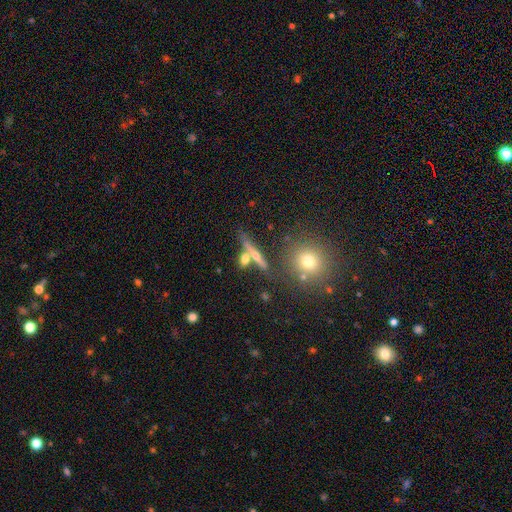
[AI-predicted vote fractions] Smooth or featured: featured or disk — 47% (smooth — 40%)
Merging: none — 66% (merger — 18%)